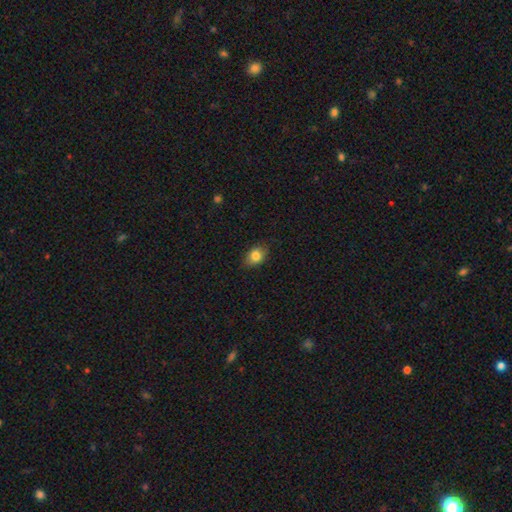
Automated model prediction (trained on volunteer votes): A smooth galaxy with no disk features (83%) that is in between round and cigar-shaped (70%). Merging: none (82%).